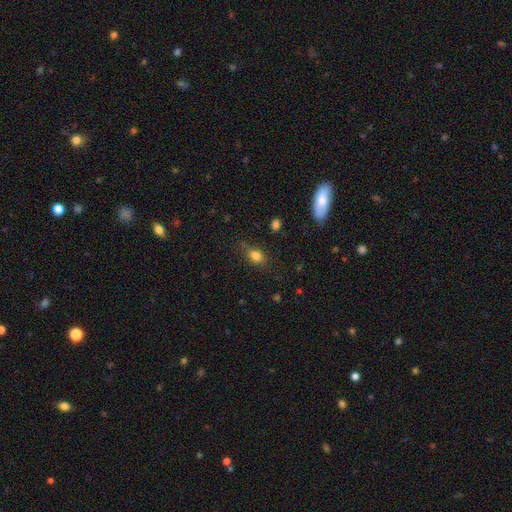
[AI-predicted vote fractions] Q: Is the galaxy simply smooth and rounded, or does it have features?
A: smooth — 82%.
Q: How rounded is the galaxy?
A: in between — 64%.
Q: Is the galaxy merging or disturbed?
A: none — 75%.